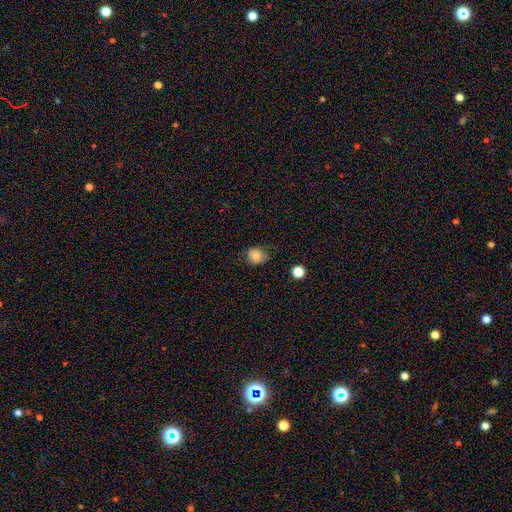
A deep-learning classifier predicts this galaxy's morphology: Overall: smooth (80%). How rounded: round (71%). Merging: none (70%).